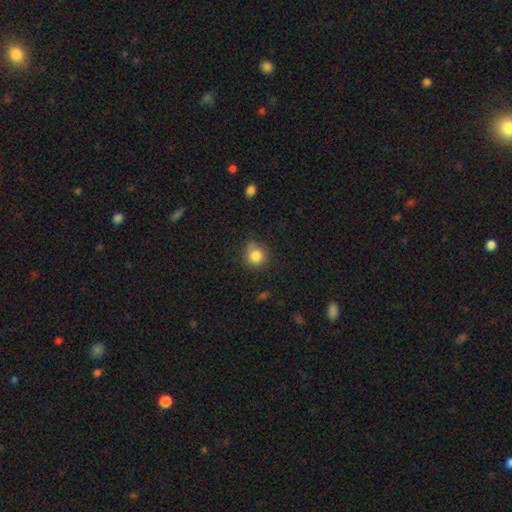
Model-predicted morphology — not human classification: A smooth galaxy with no disk features (83%) that is round (86%). Merging: none (65%).